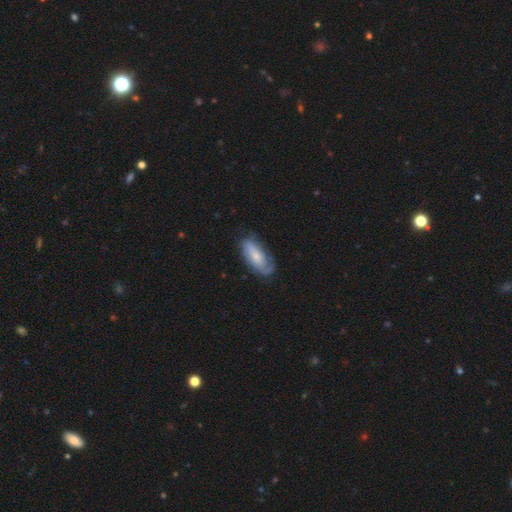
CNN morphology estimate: Smooth or featured: featured or disk — 48% (smooth — 46%)
Merging: none — 63% (minor disturbance — 26%)